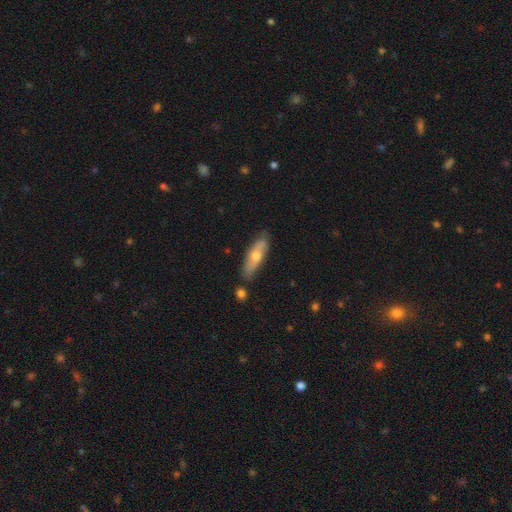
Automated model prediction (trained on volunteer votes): Overall: smooth (52%; featured or disk 42%). How rounded: cigar-shaped (58%; in between 40%). Merging: none (80%).